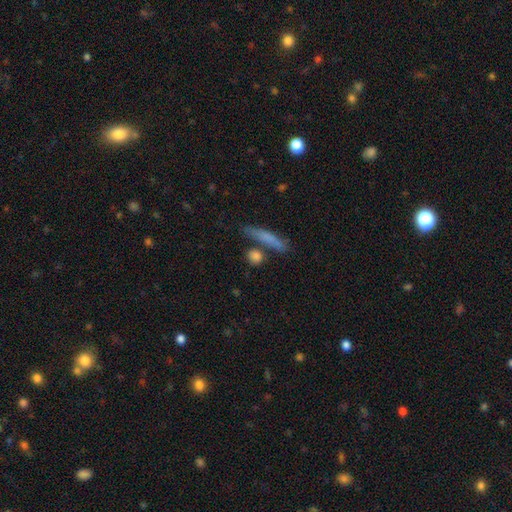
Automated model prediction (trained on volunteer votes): Overall: smooth (81%). How rounded: round (53%; cigar-shaped 26%). Merging: none (71%).